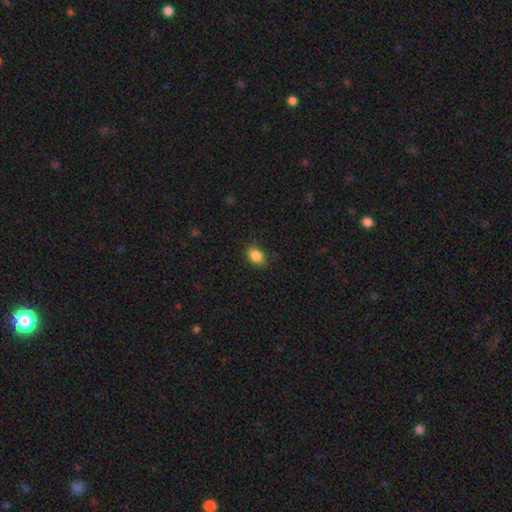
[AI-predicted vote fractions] Q: Smooth or featured?
A: smooth (86%); runner-up: star or artifact (9%)
Q: How rounded?
A: in between (72%); runner-up: round (27%)
Q: Merging?
A: none (84%); runner-up: minor disturbance (13%)